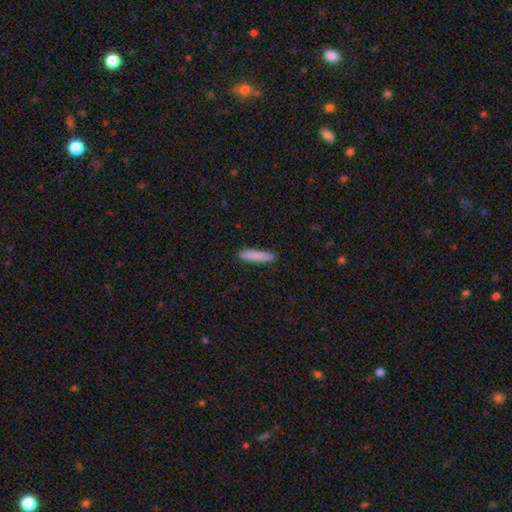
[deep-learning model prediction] Overall: smooth (87%). How rounded: cigar-shaped (85%). Merging: none (90%).